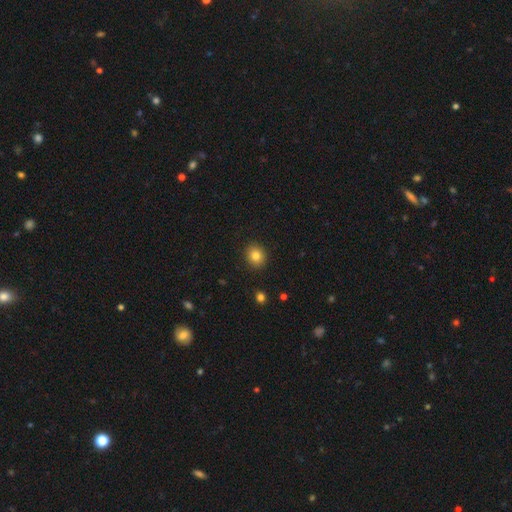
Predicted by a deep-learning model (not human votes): Morphology: type=smooth (83%); roundness=round (72%); merging=none (90%).